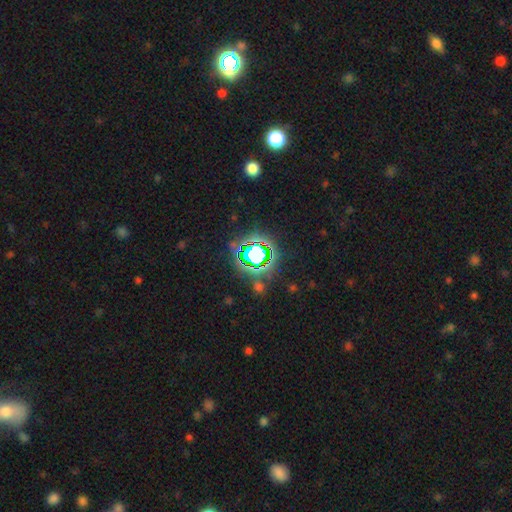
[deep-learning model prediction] A star or artifact, not a galaxy (77%).